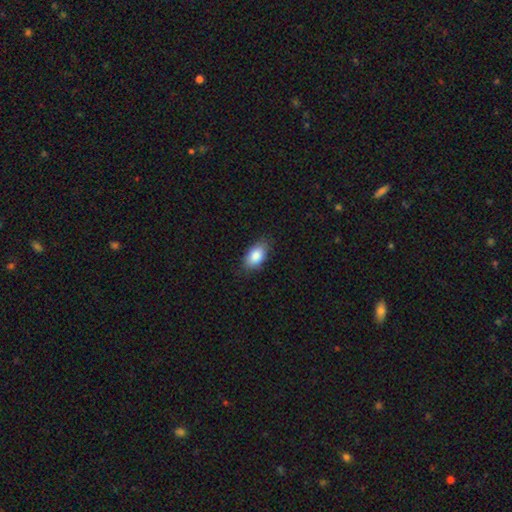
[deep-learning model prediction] A smooth galaxy with no disk features (87%) that is in between round and cigar-shaped (93%).

Vote fractions:
- Smooth or featured? smooth: 87% / star or artifact: 7% / featured or disk: 6%
- How rounded? in between: 93% / round: 5% / cigar-shaped: 3%
- Merging? none: 82% / minor disturbance: 14% / major disturbance: 3% / merger: 1%